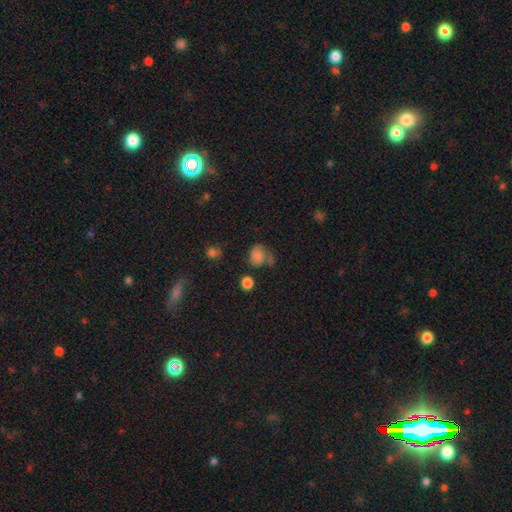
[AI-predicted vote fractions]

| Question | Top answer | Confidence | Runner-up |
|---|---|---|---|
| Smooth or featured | smooth | 63% | star or artifact (21%) |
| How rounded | round | 61% | in between (38%) |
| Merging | none | 46% | minor disturbance (24%) |